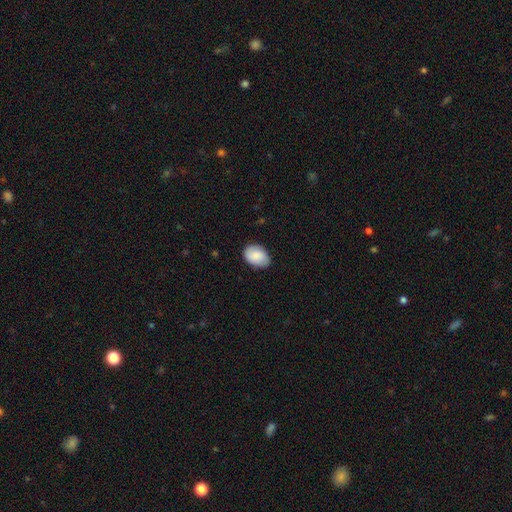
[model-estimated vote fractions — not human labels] This appears to be a smooth galaxy with no disk features (84%) that is in between round and cigar-shaped (78%). Merging: none (81%).